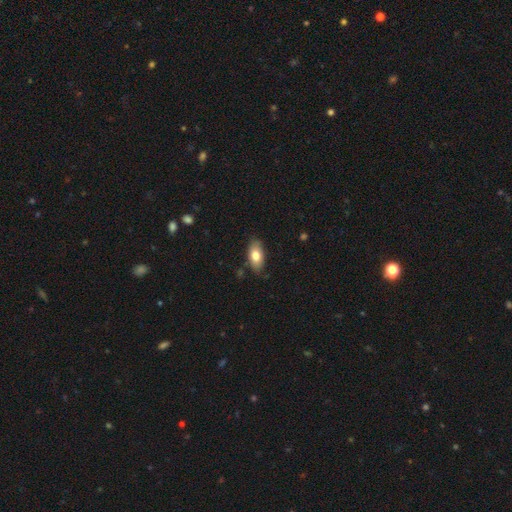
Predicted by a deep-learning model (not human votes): Smooth or featured?
  - smooth: 77% *
  - featured or disk: 16%
  - star or artifact: 7%
How rounded?
  - in between: 90% *
  - cigar-shaped: 6%
  - round: 4%
Merging?
  - none: 81% *
  - minor disturbance: 15%
  - major disturbance: 3%
  - merger: 1%